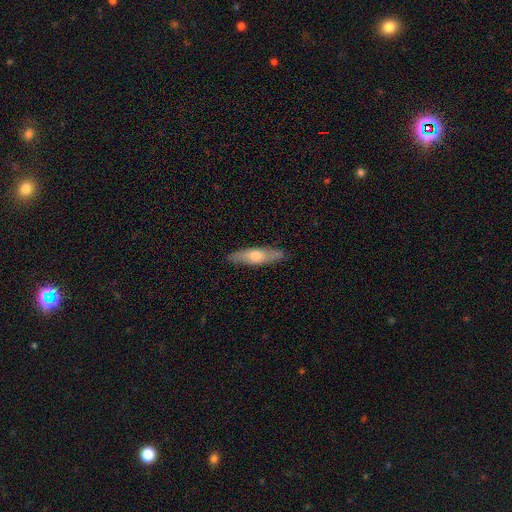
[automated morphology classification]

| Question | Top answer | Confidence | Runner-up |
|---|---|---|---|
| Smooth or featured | smooth | 51% | featured or disk (44%) |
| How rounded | cigar-shaped | 71% | in between (27%) |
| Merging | none | 87% | minor disturbance (10%) |